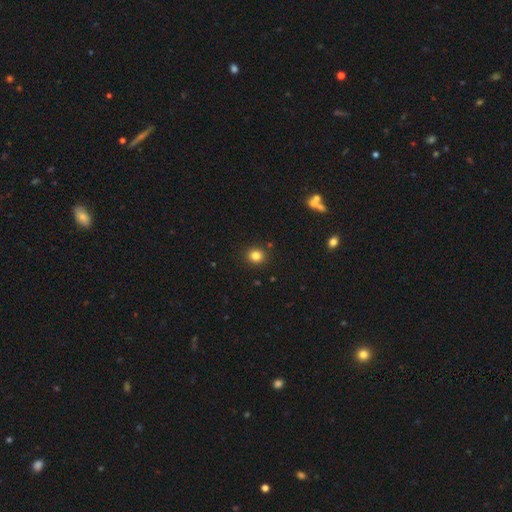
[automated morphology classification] A smooth galaxy with no disk features (83%) that is round (83%). Merging: none (89%).